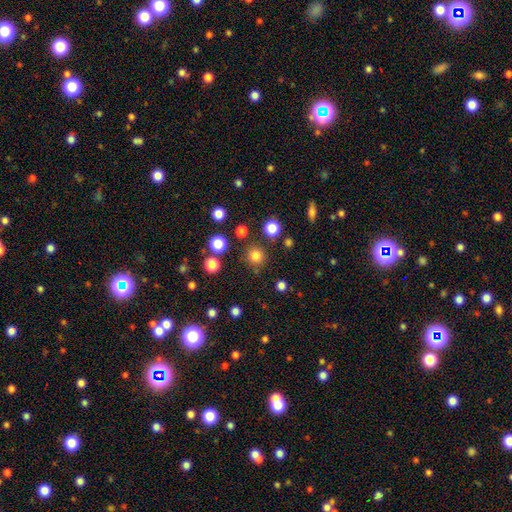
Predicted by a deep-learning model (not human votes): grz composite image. It shows a smooth galaxy with no disk features (80%) that is round (94%). Merging: none (86%).